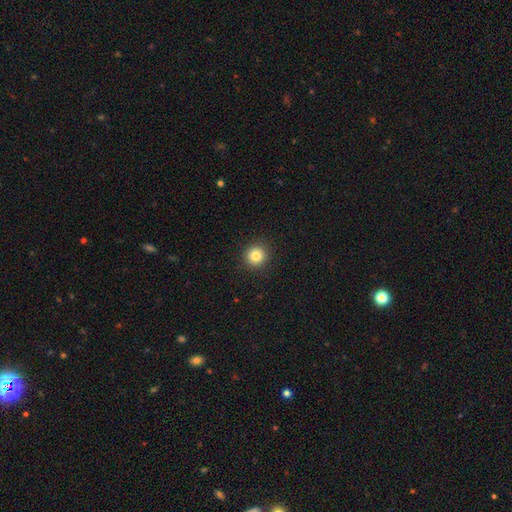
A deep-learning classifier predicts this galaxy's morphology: Smooth or featured? smooth (83%)
How rounded? round (94%)
Merging? none (92%)